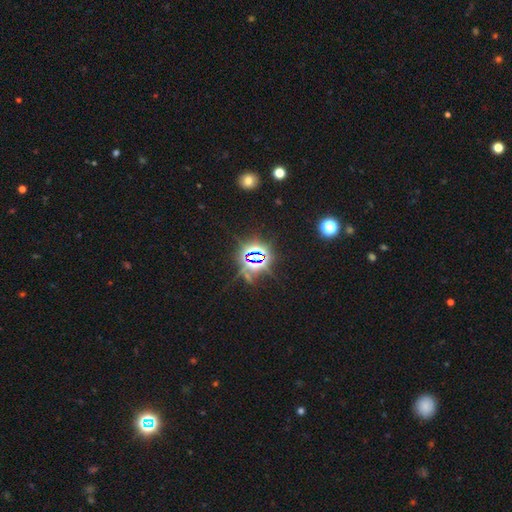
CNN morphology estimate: smooth_or_featured: star or artifact (p=0.82) [alt: smooth p=0.10]